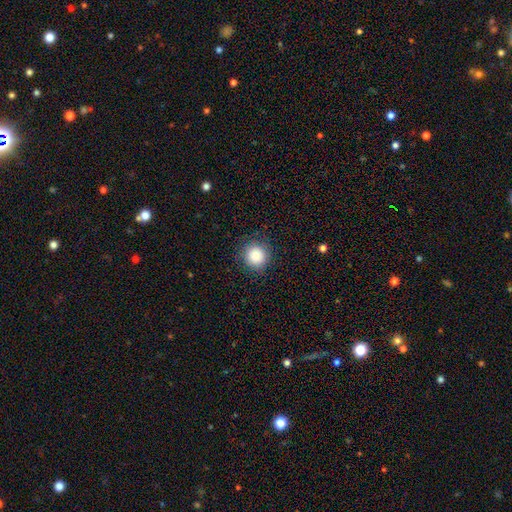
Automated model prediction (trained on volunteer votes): smooth-or-featured: smooth: 84% | star or artifact: 10% | featured or disk: 6%
  how-rounded: round: 94% | in between: 5% | cigar-shaped: 1%
  merging: none: 88% | minor disturbance: 8% | major disturbance: 3% | merger: 1%